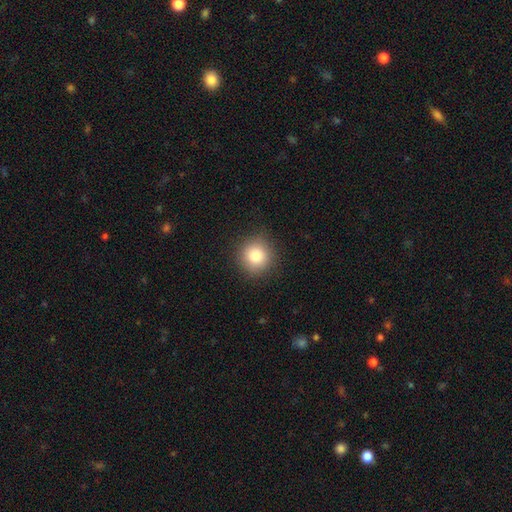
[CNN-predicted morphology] Smooth or featured? smooth (82%)
How rounded? round (93%)
Merging? none (90%)